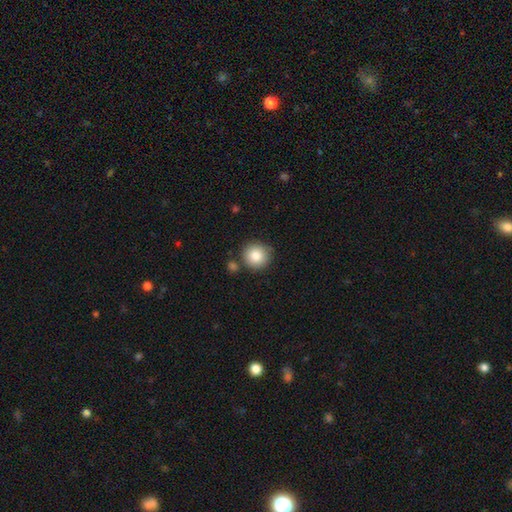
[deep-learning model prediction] Smooth or featured? smooth (85%)
How rounded? round (93%)
Merging? none (80%)